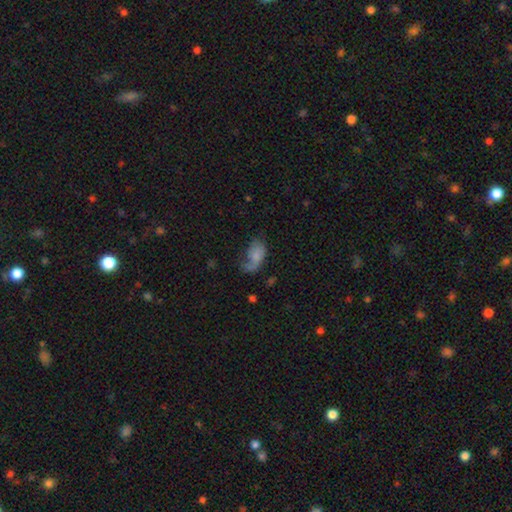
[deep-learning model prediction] Morphology: type=smooth (60%); roundness=in between (90%); merging=major disturbance (37%).